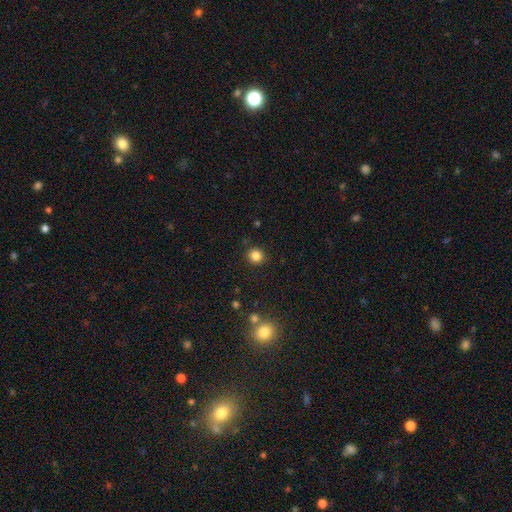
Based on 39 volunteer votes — smooth 87%, star or artifact 13%, featured or disk 0%. Down the decision tree: how rounded — round (100%); merging — none (91%).